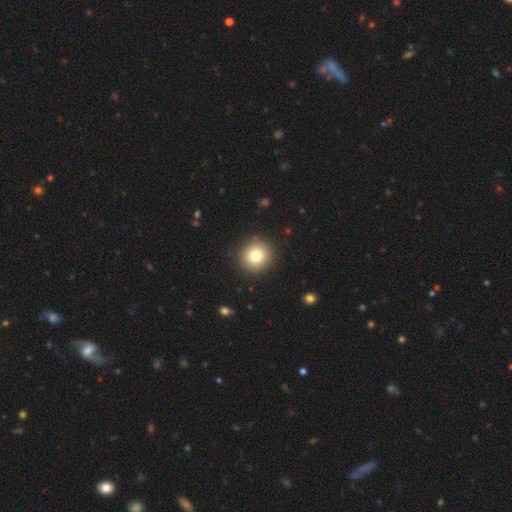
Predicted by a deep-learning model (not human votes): Smooth or featured: smooth — 78% (star or artifact — 11%)
How rounded: round — 92% (in between — 7%)
Merging: none — 92% (minor disturbance — 5%)